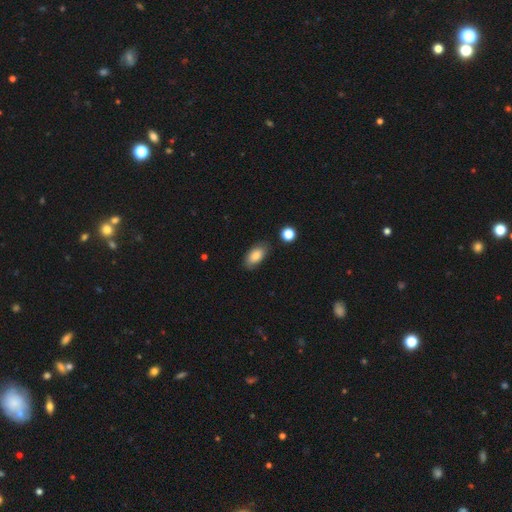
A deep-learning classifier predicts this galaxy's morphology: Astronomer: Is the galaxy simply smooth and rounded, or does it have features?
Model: smooth — 84%.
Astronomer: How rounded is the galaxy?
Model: in between — 92%.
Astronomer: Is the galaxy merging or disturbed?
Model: none — 81%.